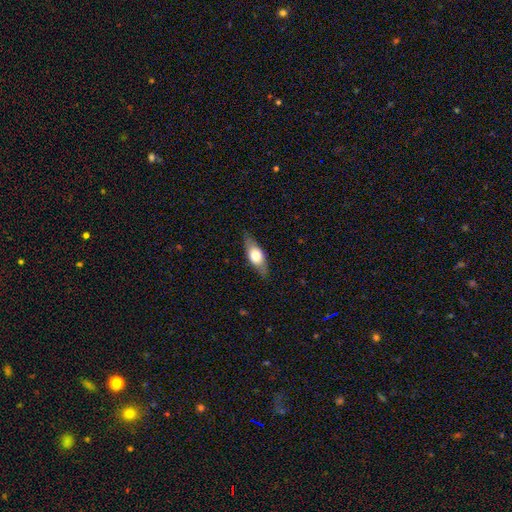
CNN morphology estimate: Smooth or featured: smooth — 56% (featured or disk — 38%)
How rounded: in between — 73% (cigar-shaped — 21%)
Merging: none — 81% (minor disturbance — 14%)